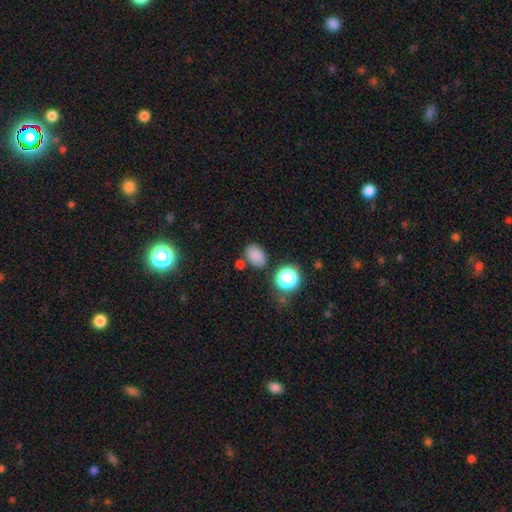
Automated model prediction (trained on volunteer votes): smooth 81%, star or artifact 14%, featured or disk 5%. Down the decision tree: how rounded — in between (77%); merging — none (74%).